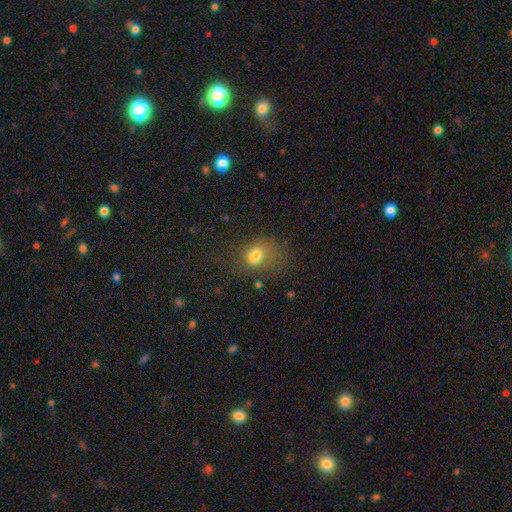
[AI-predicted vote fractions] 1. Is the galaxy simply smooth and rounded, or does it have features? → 68% smooth, 17% featured or disk, 14% star or artifact.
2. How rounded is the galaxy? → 59% in between, 40% round, 1% cigar-shaped.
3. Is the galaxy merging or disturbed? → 47% none, 27% major disturbance, 23% minor disturbance, 4% merger.